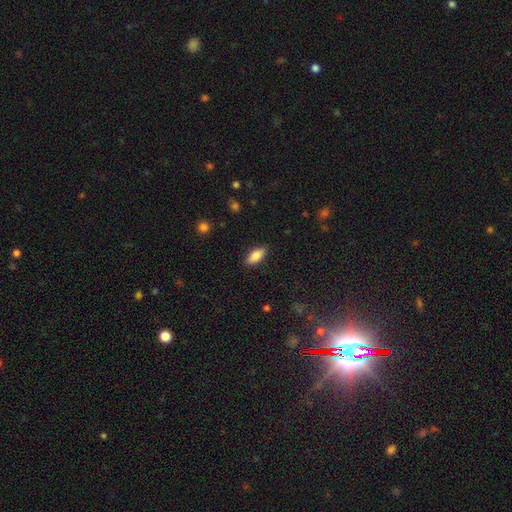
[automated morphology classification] Smooth or featured? Predicted: smooth (p=0.84). How rounded? Predicted: in between (p=0.83). Merging? Predicted: none (p=0.87).